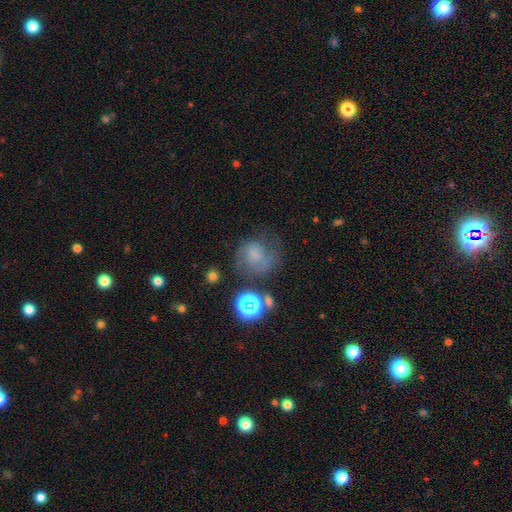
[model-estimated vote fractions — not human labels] Smooth or featured? featured or disk (41%)
Merging? none (53%)